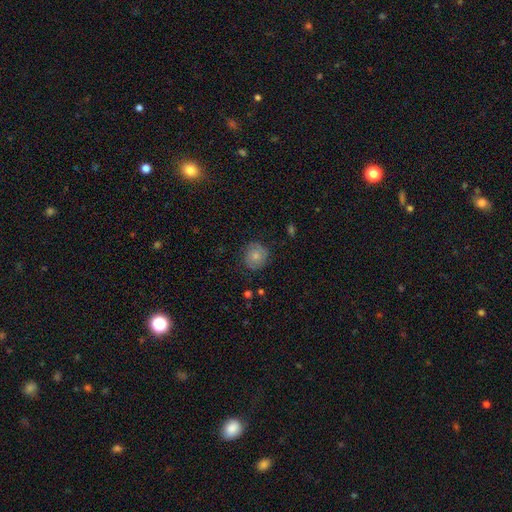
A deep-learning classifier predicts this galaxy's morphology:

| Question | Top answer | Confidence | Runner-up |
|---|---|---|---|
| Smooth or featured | smooth | 64% | featured or disk (28%) |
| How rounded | round | 87% | in between (12%) |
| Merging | none | 80% | minor disturbance (15%) |